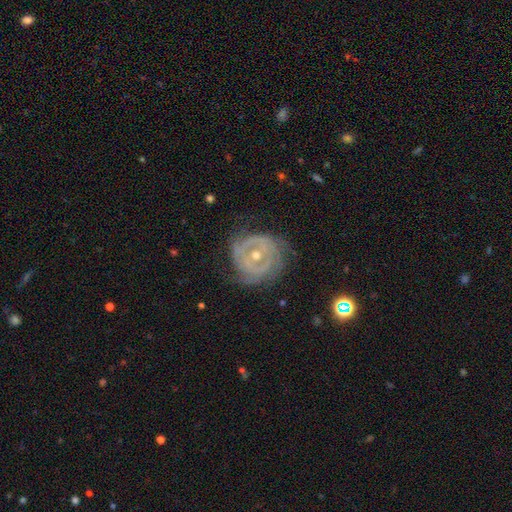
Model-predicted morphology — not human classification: A featured or disk galaxy (83%) with no bar (58%), tight (70%) spiral arms (80%) and a moderate central bulge (53%). Merging: none (67%).